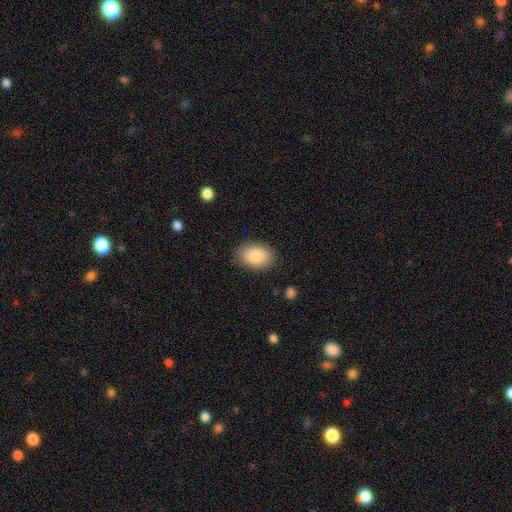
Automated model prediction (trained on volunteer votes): Smooth or featured? smooth (86%)
How rounded? in between (86%)
Merging? none (83%)